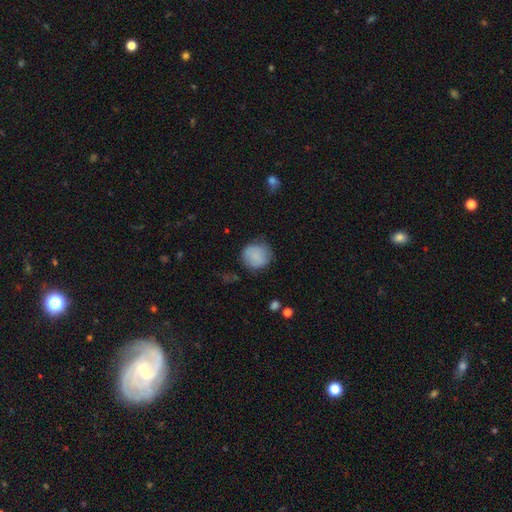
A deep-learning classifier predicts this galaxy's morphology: Overall: smooth (83%). How rounded: round (86%). Merging: none (73%).